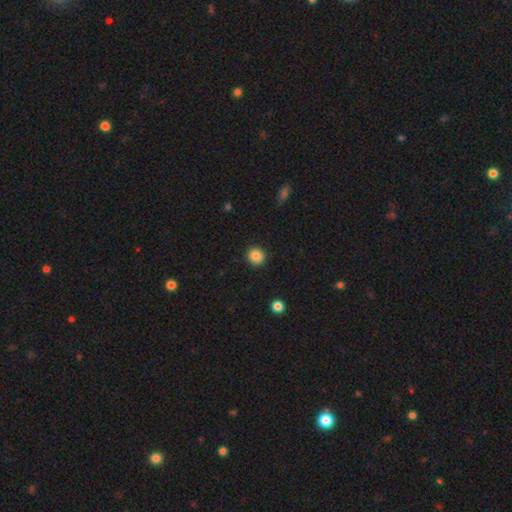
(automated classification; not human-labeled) Morphology: type=smooth (86%); roundness=round (92%); merging=none (91%).